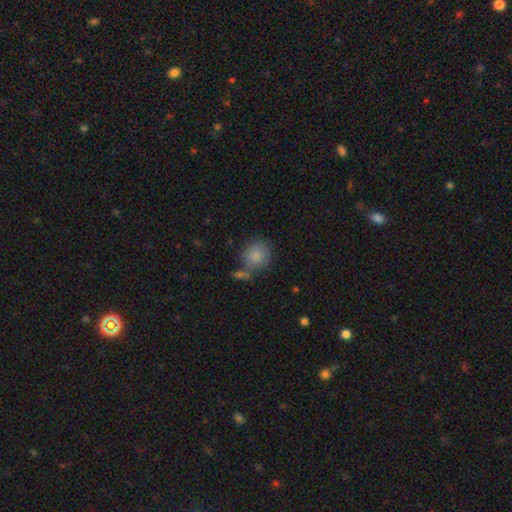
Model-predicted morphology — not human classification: This is clearly a smooth galaxy (84%). How rounded: clearly round (81%). Merging: likely none (62%).